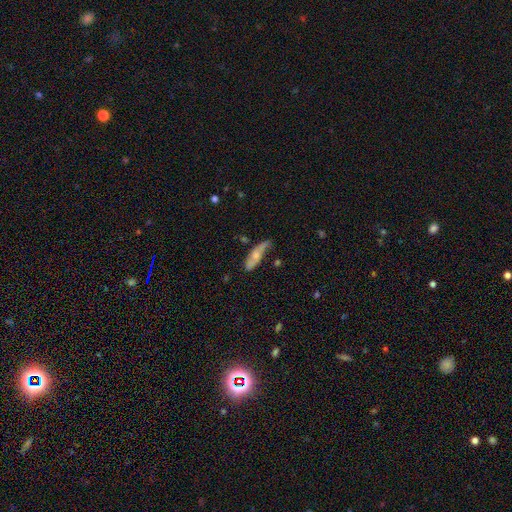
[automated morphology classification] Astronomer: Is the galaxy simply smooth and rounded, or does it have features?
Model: featured or disk — 50% (runner-up: smooth, 44%).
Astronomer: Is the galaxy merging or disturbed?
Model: none — 52% (runner-up: minor disturbance, 31%).